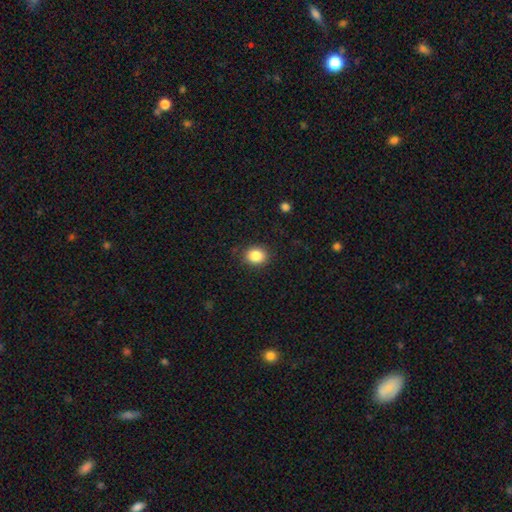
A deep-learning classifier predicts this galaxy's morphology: smooth 85%, star or artifact 9%, featured or disk 5%. Down the decision tree: how rounded — round (56%); merging — none (88%).